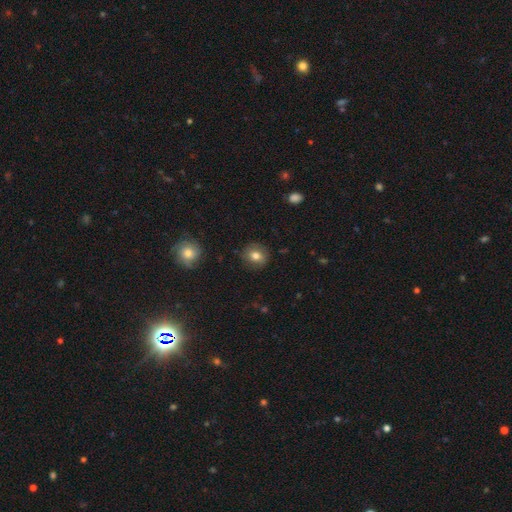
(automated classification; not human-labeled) Morphology: type=smooth (77%); roundness=round (79%); merging=none (85%).